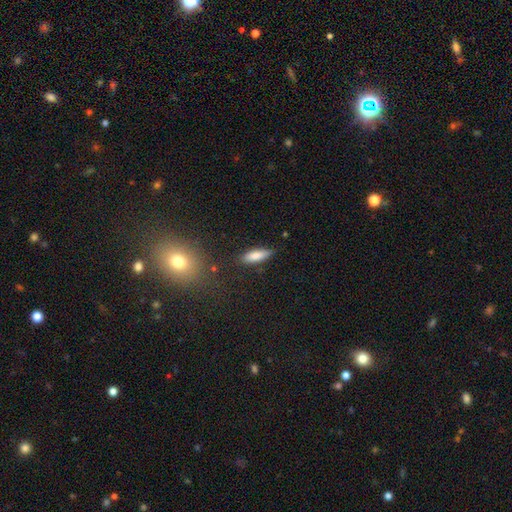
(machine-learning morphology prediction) A smooth galaxy with no disk features (82%) that is in between round and cigar-shaped (51%).

Vote fractions:
- Smooth or featured? smooth: 82% / featured or disk: 11% / star or artifact: 7%
- How rounded? in between: 51% / cigar-shaped: 47% / round: 2%
- Merging? none: 81% / minor disturbance: 14% / major disturbance: 3% / merger: 2%